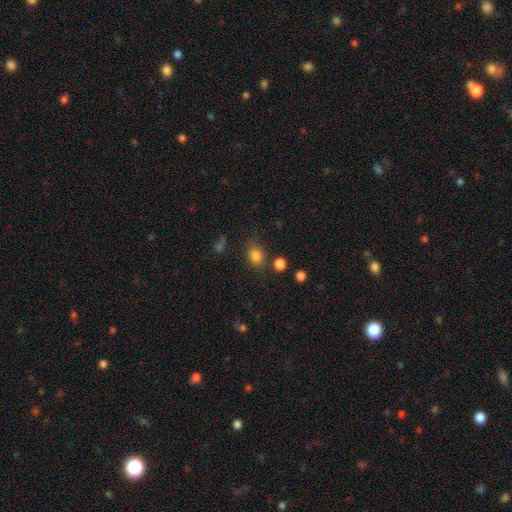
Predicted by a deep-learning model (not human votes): A smooth galaxy with no disk features (82%) that is in between round and cigar-shaped (53%).

Vote fractions:
- Smooth or featured? smooth: 82% / star or artifact: 12% / featured or disk: 6%
- How rounded? in between: 53% / round: 45% / cigar-shaped: 1%
- Merging? none: 74% / minor disturbance: 15% / merger: 6% / major disturbance: 5%